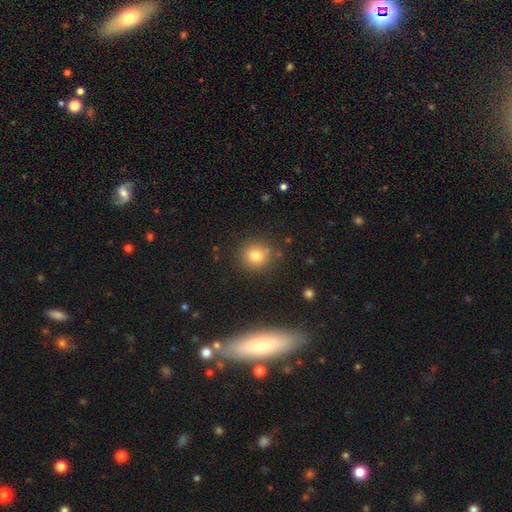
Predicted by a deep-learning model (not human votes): smooth 79%, star or artifact 12%, featured or disk 8%. Down the decision tree: how rounded — round (83%); merging — none (84%).